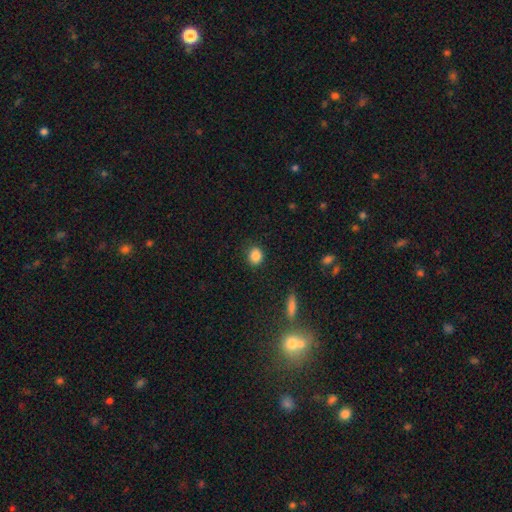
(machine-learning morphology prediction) A smooth galaxy with no disk features (86%) that is round (67%). Merging: none (87%).